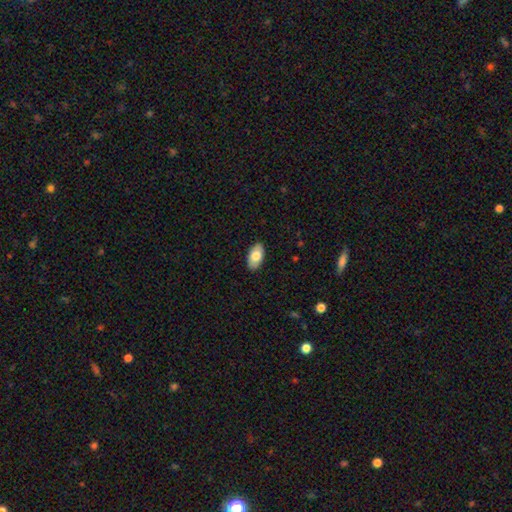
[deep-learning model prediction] A smooth galaxy with no disk features (78%) that is in between round and cigar-shaped (95%). Merging: none (89%).